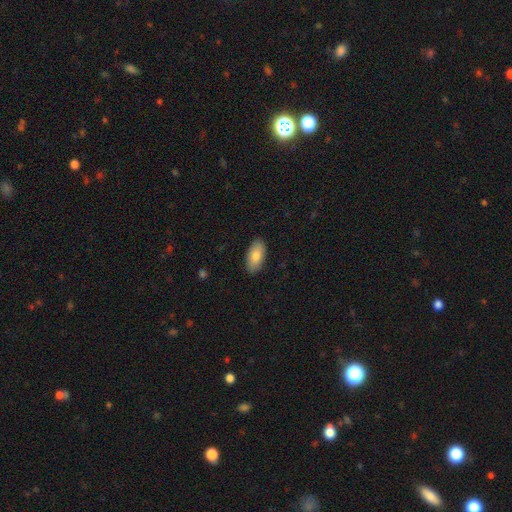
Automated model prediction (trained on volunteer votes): Overall: smooth (81%). How rounded: in between (94%). Merging: none (89%).